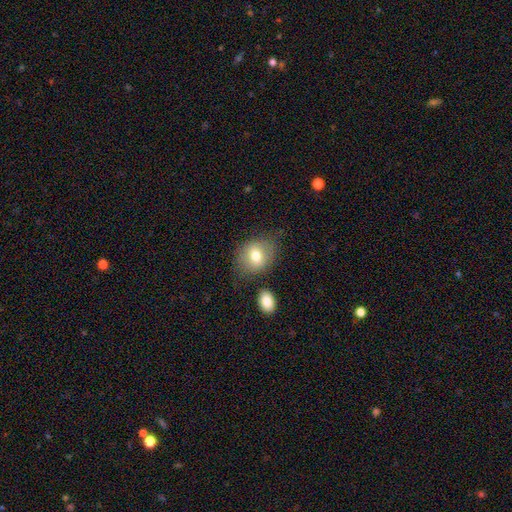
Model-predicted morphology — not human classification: smooth-or-featured: smooth: 73% | featured or disk: 18% | star or artifact: 9%
  how-rounded: round: 55% | in between: 44% | cigar-shaped: 1%
  merging: none: 67% | minor disturbance: 19% | merger: 7% | major disturbance: 7%